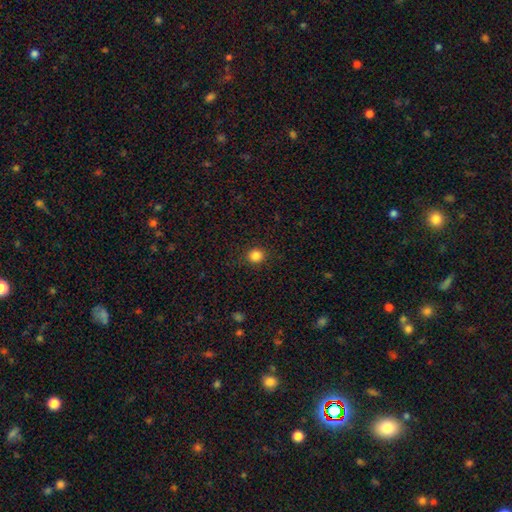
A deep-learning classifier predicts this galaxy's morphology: A smooth galaxy with no disk features (84%) that is round (89%). Merging: none (90%).